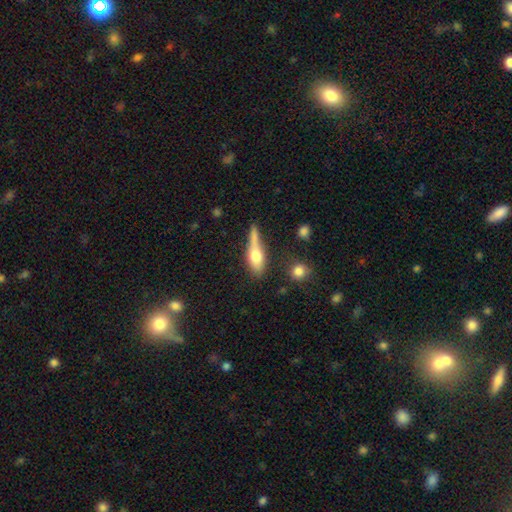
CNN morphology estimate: A smooth galaxy with no disk features (63%) that is in between round and cigar-shaped (49%). Merging: none (45%).